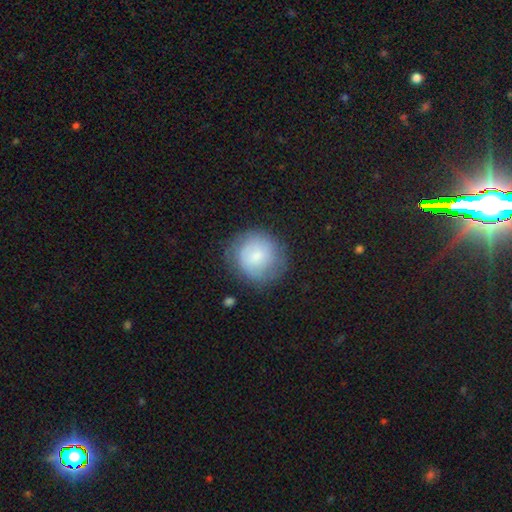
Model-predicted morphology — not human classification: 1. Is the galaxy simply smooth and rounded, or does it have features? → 70% smooth, 22% featured or disk, 7% star or artifact.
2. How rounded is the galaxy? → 90% round, 9% in between, 1% cigar-shaped.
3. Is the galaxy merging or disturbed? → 72% none, 19% minor disturbance, 8% major disturbance, 2% merger.